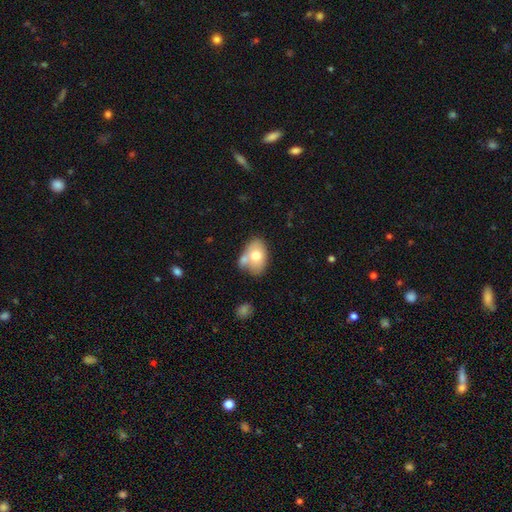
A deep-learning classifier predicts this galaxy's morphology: type=smooth (69%); roundness=in between (82%); merging=none (45%).